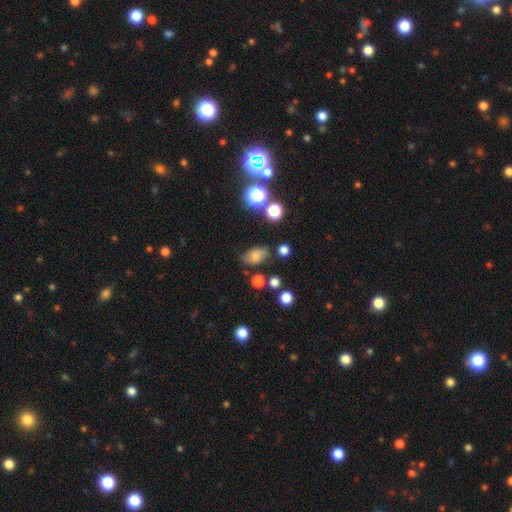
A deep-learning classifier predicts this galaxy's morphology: Q: Smooth or featured?
A: smooth (66%); runner-up: featured or disk (19%)
Q: How rounded?
A: in between (81%); runner-up: round (16%)
Q: Merging?
A: none (64%); runner-up: minor disturbance (25%)